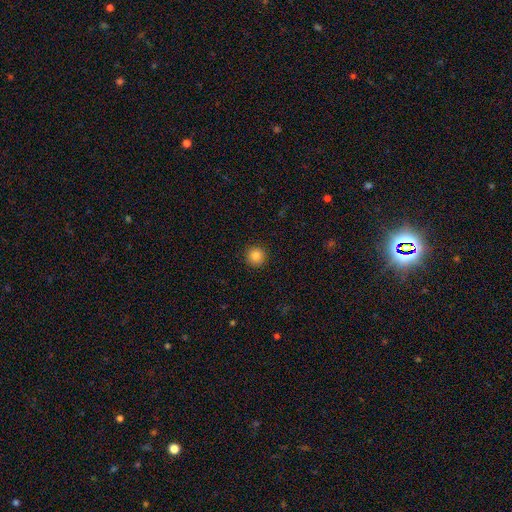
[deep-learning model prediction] Overall: smooth (85%). How rounded: round (96%). Merging: none (93%).